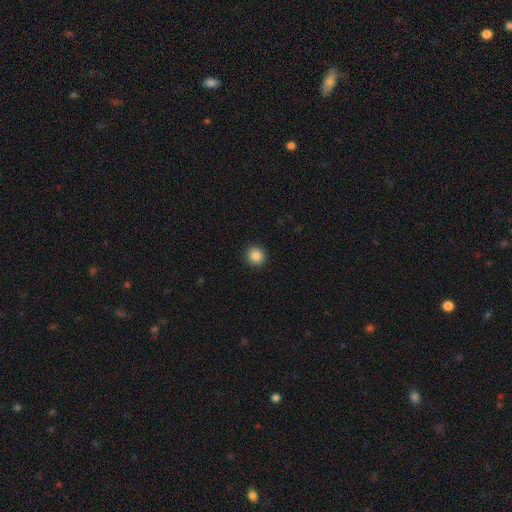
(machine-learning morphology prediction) Q: Smooth or featured?
A: smooth (87%); runner-up: star or artifact (10%)
Q: How rounded?
A: round (93%); runner-up: in between (6%)
Q: Merging?
A: none (93%); runner-up: minor disturbance (5%)